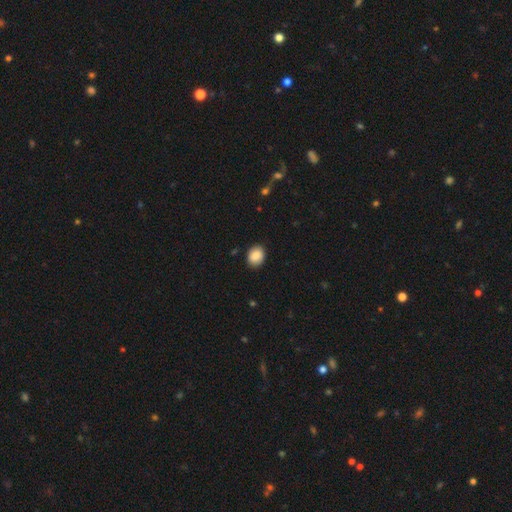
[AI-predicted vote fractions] The model was most divided on "how rounded": in between: 55%, round: 45%, cigar-shaped: 1%. More confident: merging — none (88%); smooth or featured — smooth (88%).